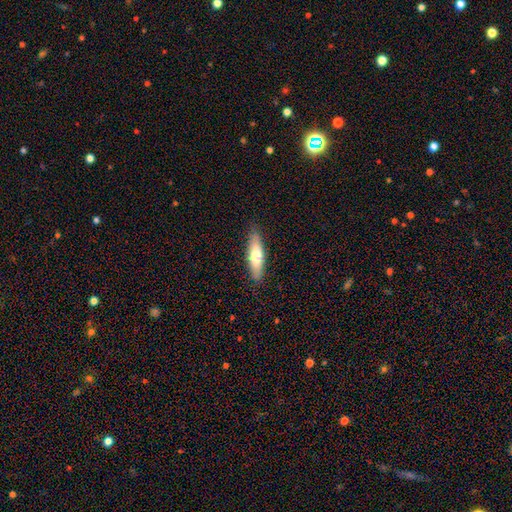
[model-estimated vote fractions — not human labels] Smooth or featured? smooth (62%)
How rounded? cigar-shaped (66%)
Merging? none (86%)